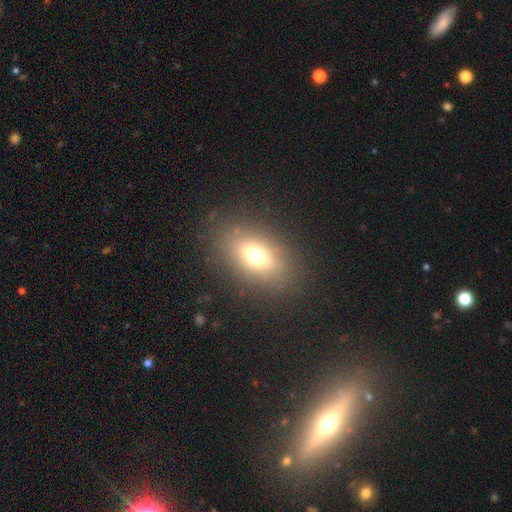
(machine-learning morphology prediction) smooth-or-featured: smooth: 64% | featured or disk: 19% | star or artifact: 17%
  how-rounded: in between: 79% | round: 17% | cigar-shaped: 4%
  merging: none: 83% | minor disturbance: 9% | major disturbance: 6% | merger: 1%